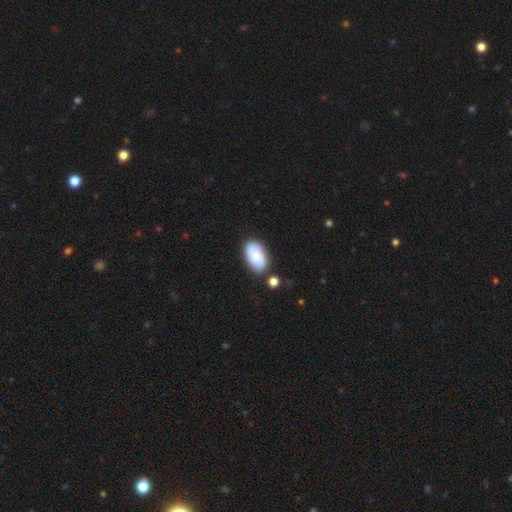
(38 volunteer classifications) Volunteers were most divided on "merging": none: 64%, minor disturbance: 19%, merger: 14%, major disturbance: 3%. More confident: how rounded — in between (97%); smooth or featured — smooth (84%).